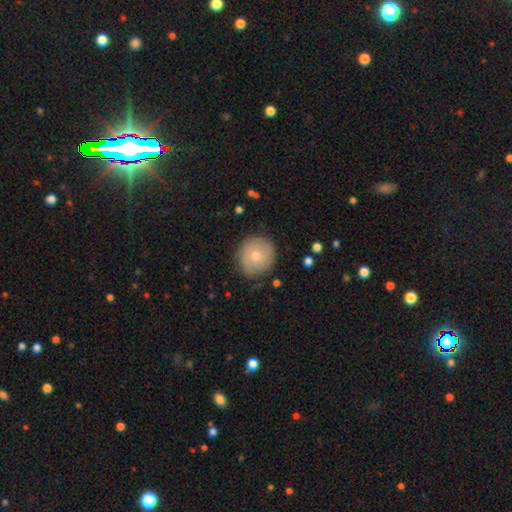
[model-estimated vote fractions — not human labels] smooth-or-featured: smooth: 70% | featured or disk: 22% | star or artifact: 7%
  how-rounded: round: 91% | in between: 9% | cigar-shaped: 1%
  merging: none: 82% | minor disturbance: 13% | major disturbance: 3% | merger: 1%